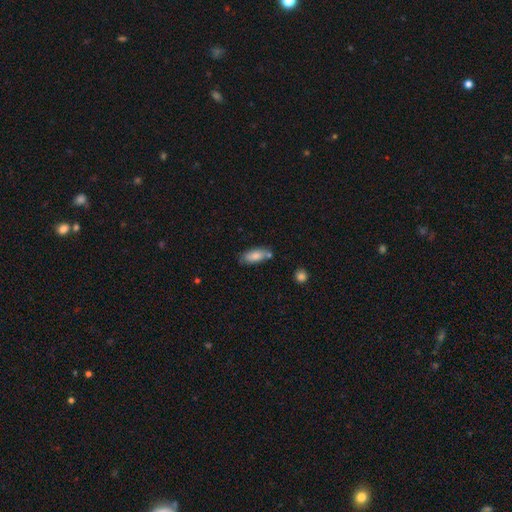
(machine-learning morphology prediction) Overall: smooth (81%). How rounded: in between (80%). Merging: none (70%).